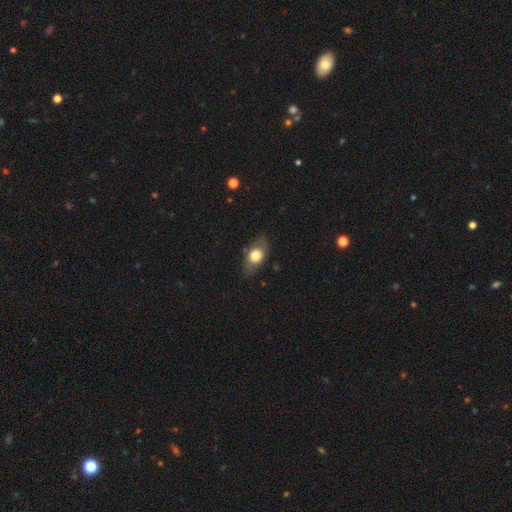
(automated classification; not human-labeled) Smooth or featured?
  - smooth: 64% *
  - featured or disk: 29%
  - star or artifact: 7%
How rounded?
  - in between: 75% *
  - round: 21%
  - cigar-shaped: 4%
Merging?
  - none: 76% *
  - minor disturbance: 17%
  - major disturbance: 6%
  - merger: 1%